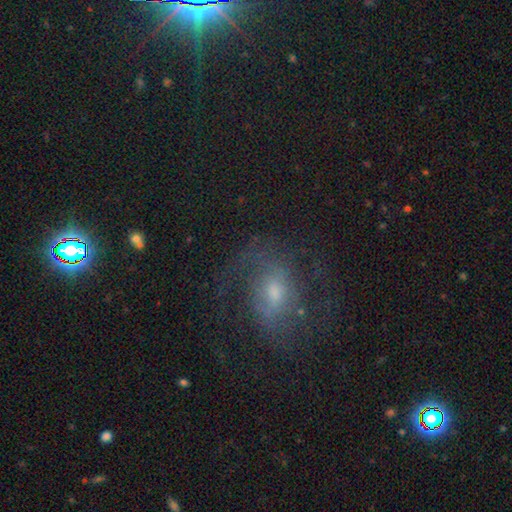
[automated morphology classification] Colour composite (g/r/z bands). It shows a featured or disk galaxy (64%) with a weak bar (46%), 2 (70%) medium (47%) spiral arms (86%) and a moderate central bulge (52%). Merging: none (62%).